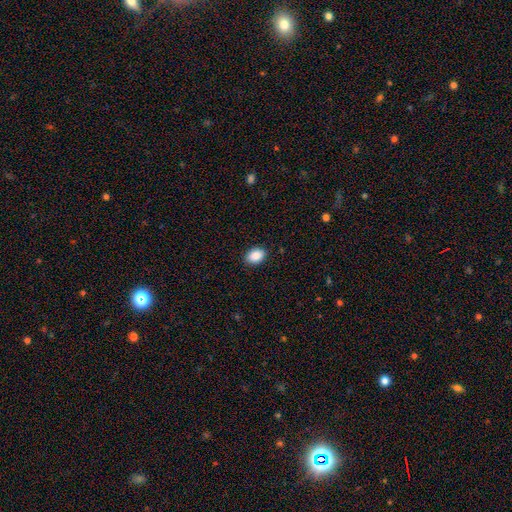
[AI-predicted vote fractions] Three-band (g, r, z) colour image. It shows a smooth galaxy with no disk features (89%) that is in between round and cigar-shaped (79%). Merging: none (89%).